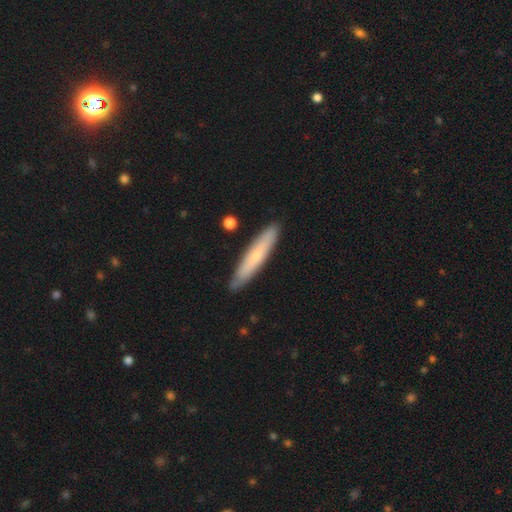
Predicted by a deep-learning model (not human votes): smooth 57%, featured or disk 37%, star or artifact 6%. Down the decision tree: how rounded — cigar-shaped (90%); merging — none (87%).